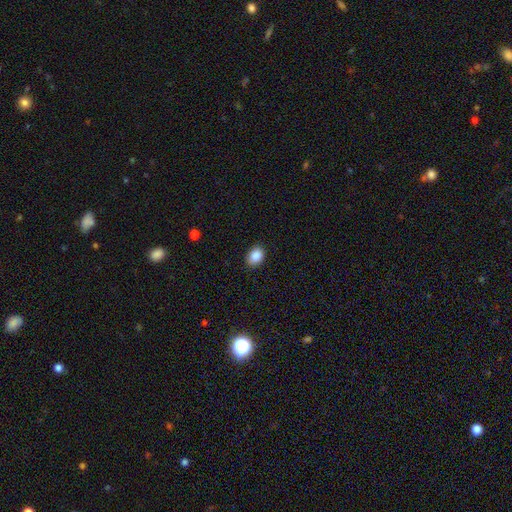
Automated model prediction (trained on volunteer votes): A smooth galaxy with no disk features (87%) that is in between round and cigar-shaped (68%).

Vote fractions:
- Smooth or featured? smooth: 87% / star or artifact: 8% / featured or disk: 5%
- How rounded? in between: 68% / round: 31% / cigar-shaped: 1%
- Merging? none: 87% / minor disturbance: 10% / major disturbance: 2% / merger: 1%